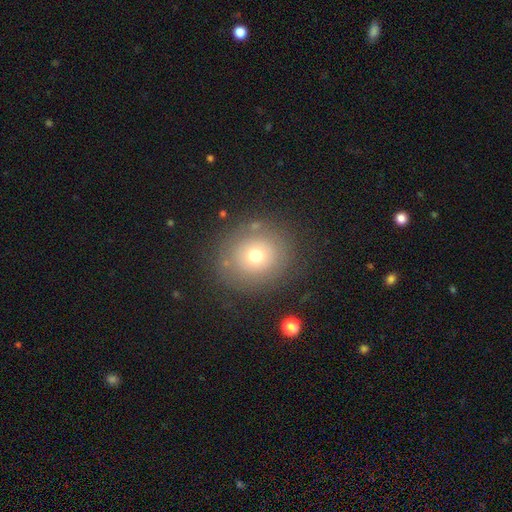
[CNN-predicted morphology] type=smooth (66%); roundness=round (85%); merging=none (81%).